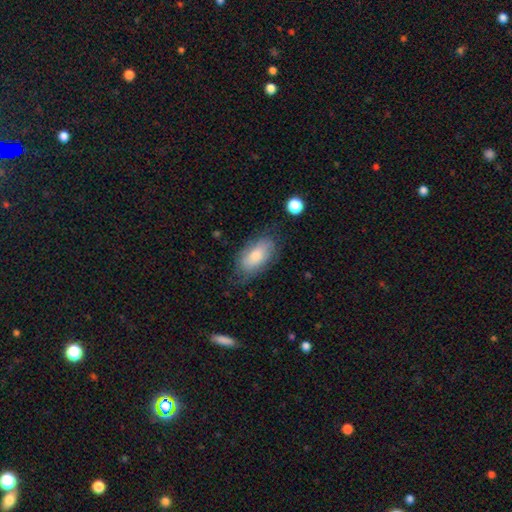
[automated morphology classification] This is likely a smooth galaxy (68%). How rounded: clearly in between (91%). Merging: likely none (68%).